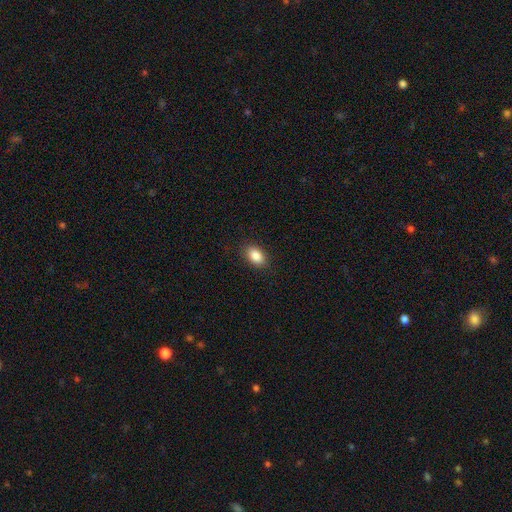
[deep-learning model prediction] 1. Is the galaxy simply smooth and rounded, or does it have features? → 87% smooth, 8% star or artifact, 5% featured or disk.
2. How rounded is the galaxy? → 87% in between, 11% round, 1% cigar-shaped.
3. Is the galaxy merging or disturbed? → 88% none, 8% minor disturbance, 2% major disturbance, 1% merger.